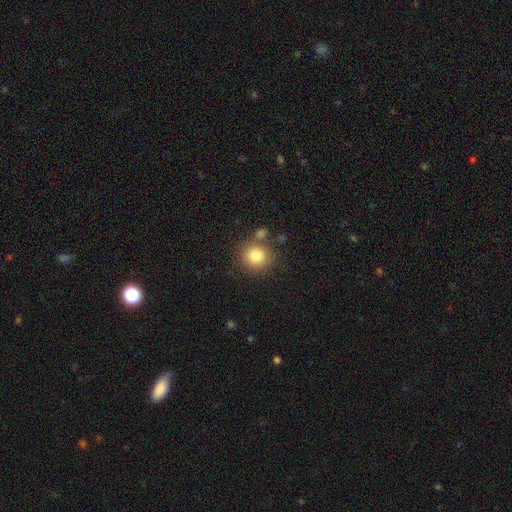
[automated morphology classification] Overall: smooth (82%). How rounded: round (85%). Merging: none (74%).